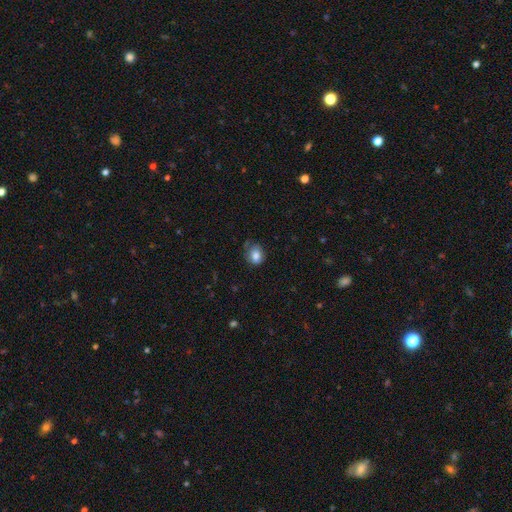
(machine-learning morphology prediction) This appears to be a smooth galaxy with no disk features (80%) that is round (55%). Merging: none (65%).